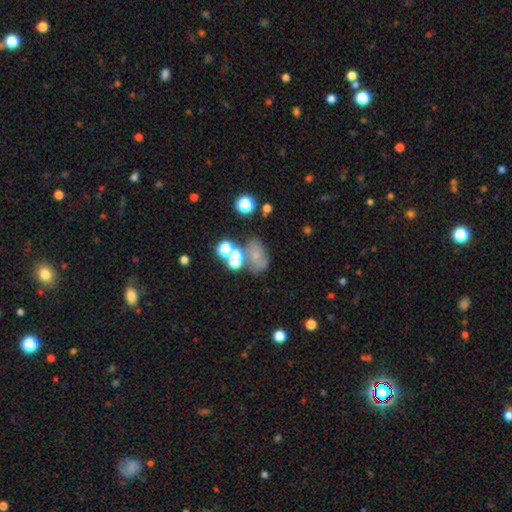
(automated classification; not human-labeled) Smooth or featured? smooth (53%)
How rounded? in between (67%)
Merging? none (42%)